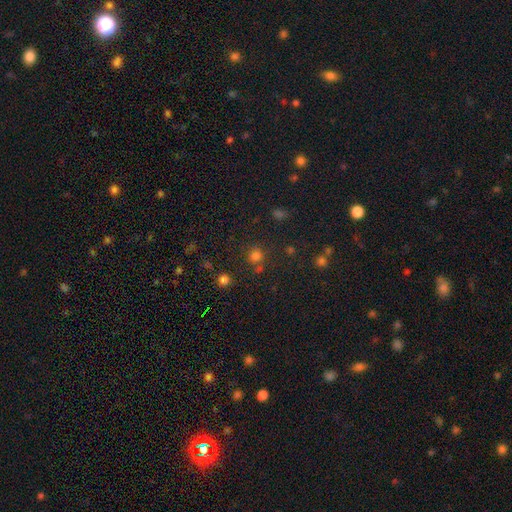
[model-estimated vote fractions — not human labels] smooth_or_featured: smooth (p=0.73) [alt: star or artifact p=0.21]
how_rounded: round (p=0.88) [alt: in between p=0.11]
merging: none (p=0.73) [alt: merger p=0.12]